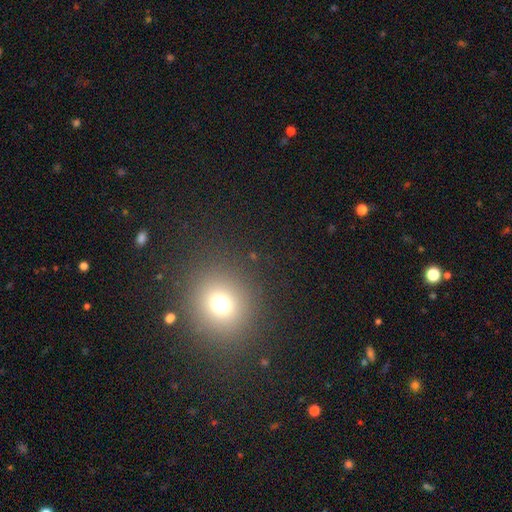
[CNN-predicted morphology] This is likely a smooth galaxy (64%). How rounded: likely round (79%). Merging: clearly none (91%).